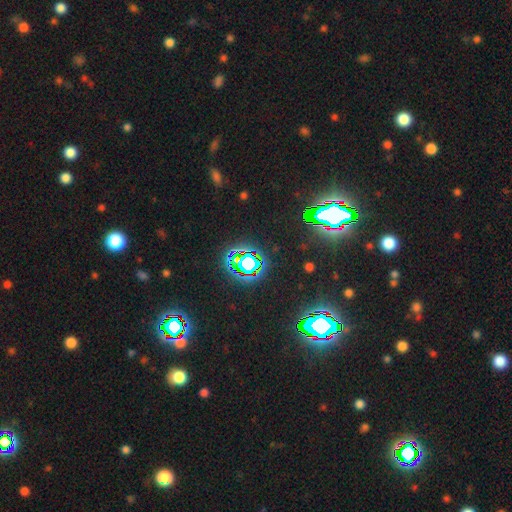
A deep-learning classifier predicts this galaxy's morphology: A star or artifact, not a galaxy (81%).

Vote fractions:
- Smooth or featured? star or artifact: 81% / smooth: 12% / featured or disk: 7%